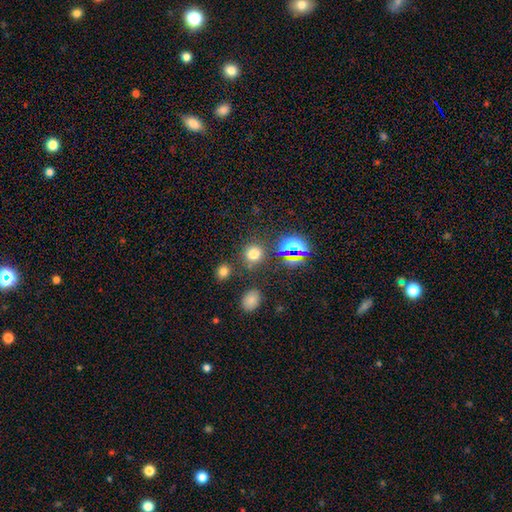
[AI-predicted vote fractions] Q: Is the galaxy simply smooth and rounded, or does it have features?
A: smooth — 62%.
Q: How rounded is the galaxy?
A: round — 87%.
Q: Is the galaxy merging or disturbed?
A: none — 82%.